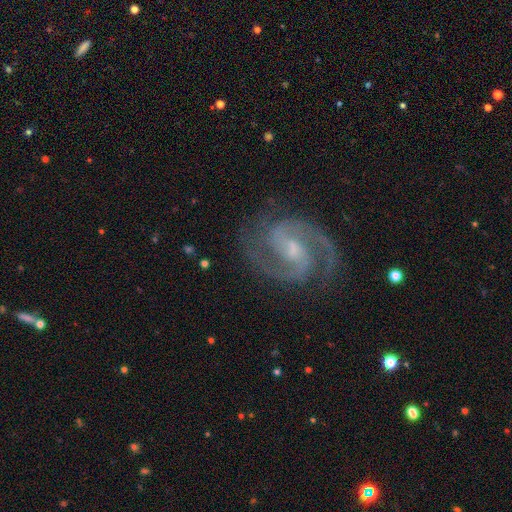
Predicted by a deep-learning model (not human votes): Smooth or featured: featured or disk — 91% (star or artifact — 6%)
Edge-on disk: no — 98% (yes — 2%)
Bar: weak — 49% (strong — 26%)
Spiral arms: yes — 99% (no — 1%)
Spiral winding: medium — 55% (tight — 36%)
Spiral arm count: 2 — 92% (3 — 3%)
Bulge size: small — 61% (moderate — 31%)
Merging: none — 84% (minor disturbance — 11%)